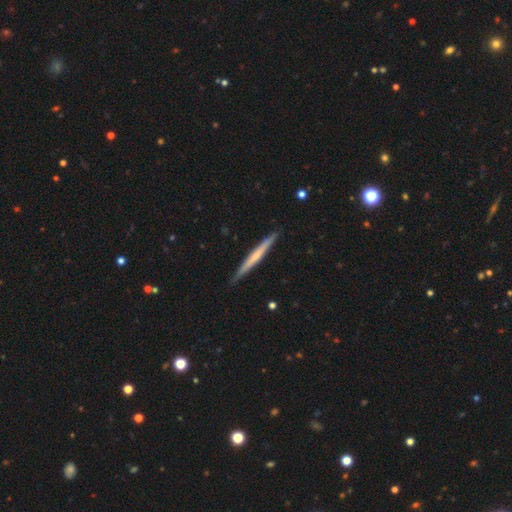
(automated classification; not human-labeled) This is possibly a featured or disk galaxy (54%). It is clearly viewed edge-on (97%). Edge-on bulge: likely none (61%). Merging: clearly none (90%).